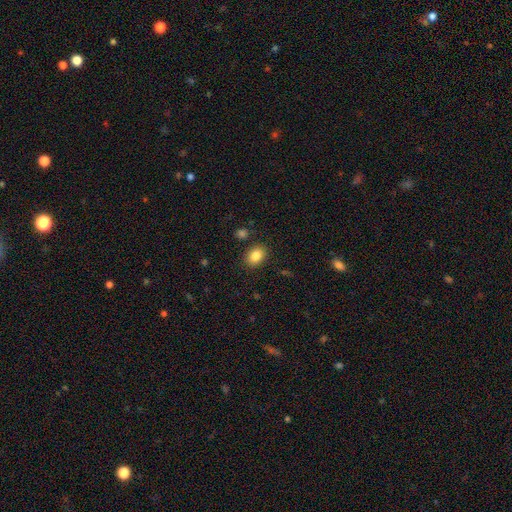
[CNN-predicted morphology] The model was most divided on "how rounded": in between: 71%, round: 28%, cigar-shaped: 1%. More confident: merging — none (85%); smooth or featured — smooth (85%).